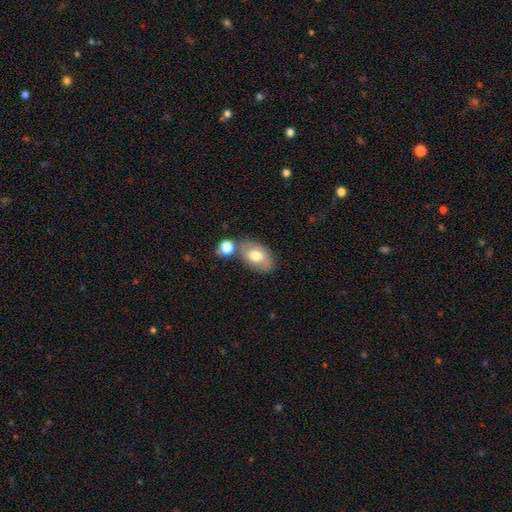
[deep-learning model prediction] Smooth or featured: smooth — 67% (featured or disk — 25%)
How rounded: in between — 89% (round — 10%)
Merging: none — 61% (merger — 18%)